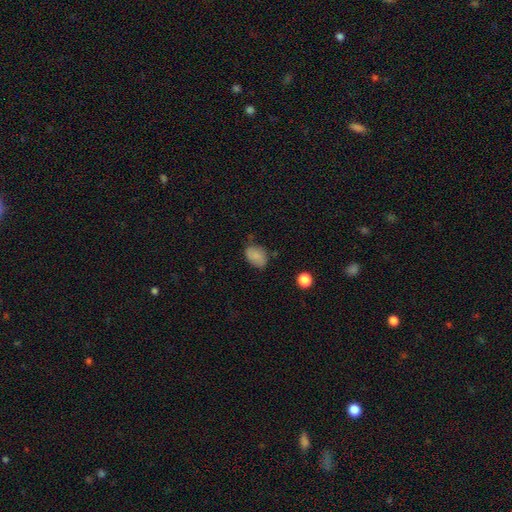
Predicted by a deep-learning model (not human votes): A smooth galaxy with no disk features (78%) that is in between round and cigar-shaped (78%).

Vote fractions:
- Smooth or featured? smooth: 78% / featured or disk: 13% / star or artifact: 9%
- How rounded? in between: 78% / round: 21% / cigar-shaped: 1%
- Merging? none: 69% / minor disturbance: 24% / major disturbance: 5% / merger: 3%